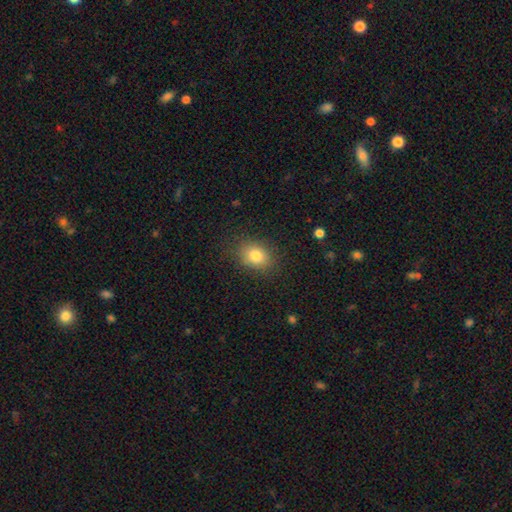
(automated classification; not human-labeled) This appears to be a smooth galaxy with no disk features (82%) that is in between round and cigar-shaped (57%). Merging: none (83%).